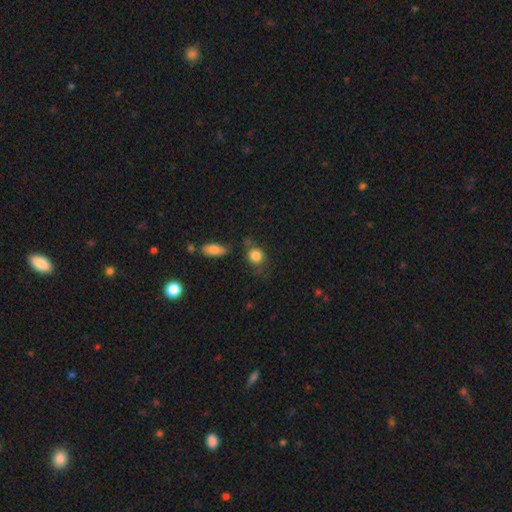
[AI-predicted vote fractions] smooth_or_featured: smooth (p=0.84) [alt: star or artifact p=0.09]
how_rounded: round (p=0.72) [alt: in between p=0.27]
merging: none (p=0.65) [alt: minor disturbance p=0.18]